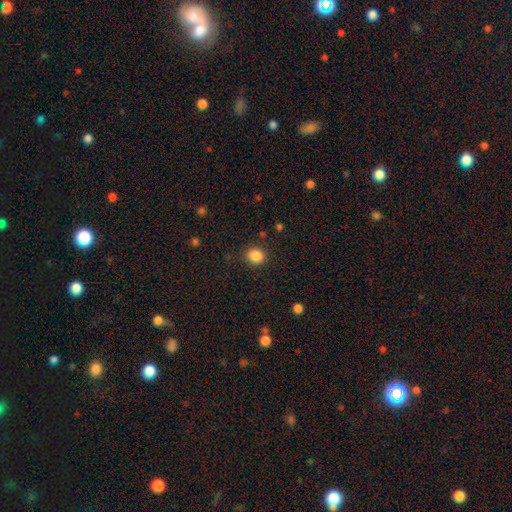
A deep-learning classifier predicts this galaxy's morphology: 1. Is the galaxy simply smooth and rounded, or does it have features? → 86% smooth, 10% star or artifact, 4% featured or disk.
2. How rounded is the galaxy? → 74% round, 25% in between, 1% cigar-shaped.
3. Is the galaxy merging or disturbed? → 87% none, 8% minor disturbance, 3% major disturbance, 1% merger.